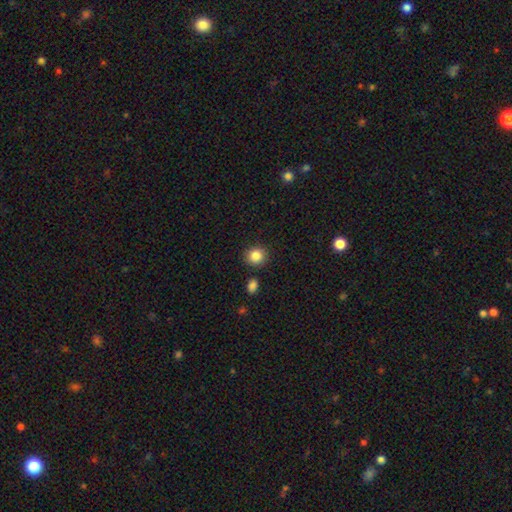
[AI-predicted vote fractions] This appears to be a smooth galaxy with no disk features (86%) that is round (87%). Merging: none (87%).